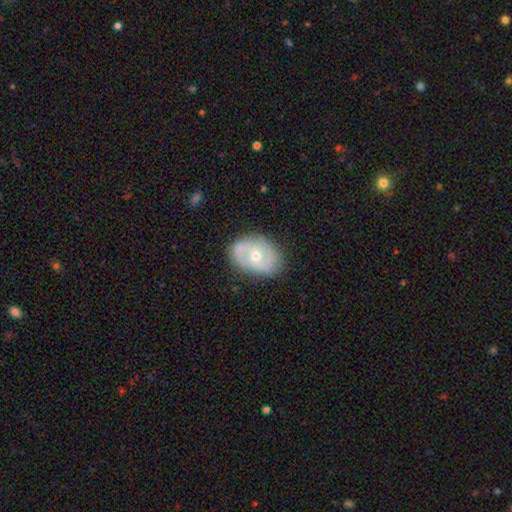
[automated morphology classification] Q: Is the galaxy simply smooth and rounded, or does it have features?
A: featured or disk — 67%.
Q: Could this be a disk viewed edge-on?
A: no — 95%.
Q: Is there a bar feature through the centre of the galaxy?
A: no — 61%.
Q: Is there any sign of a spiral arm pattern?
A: yes — 68%.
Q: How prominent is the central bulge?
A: moderate — 66%.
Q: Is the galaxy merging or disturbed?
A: none — 77%.